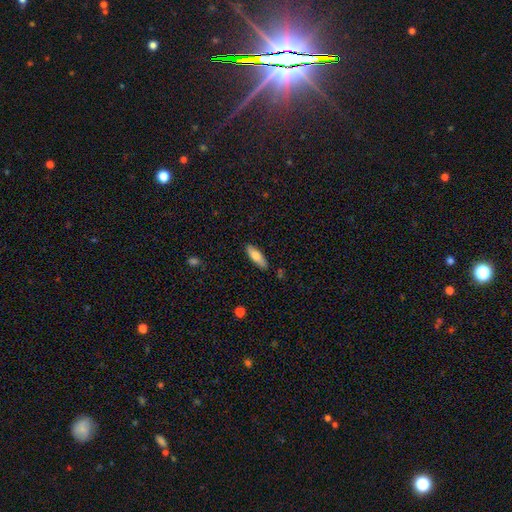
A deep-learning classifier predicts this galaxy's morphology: smooth_or_featured: smooth (p=0.73) [alt: featured or disk p=0.21]
how_rounded: in between (p=0.53) [alt: cigar-shaped p=0.45]
merging: none (p=0.85) [alt: minor disturbance p=0.11]